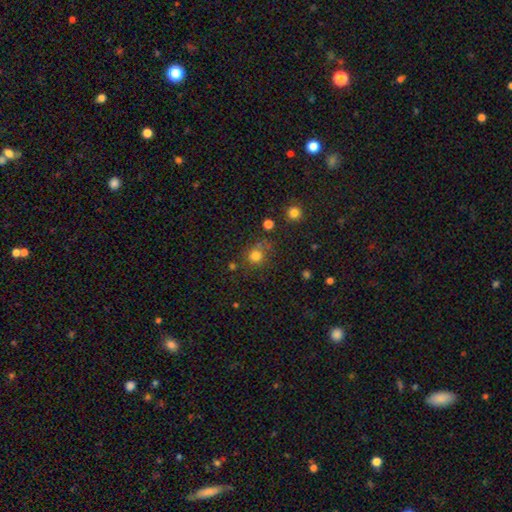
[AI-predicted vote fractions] smooth_or_featured: smooth (p=0.77) [alt: star or artifact p=0.16]
how_rounded: round (p=0.87) [alt: in between p=0.12]
merging: none (p=0.68) [alt: minor disturbance p=0.15]